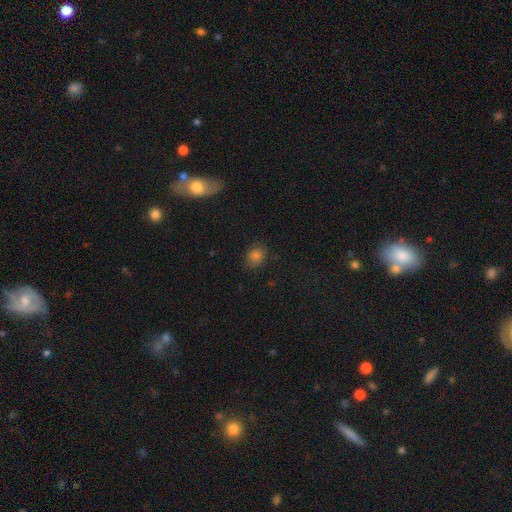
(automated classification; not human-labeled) Overall: smooth (80%). How rounded: in between (54%; round 45%). Merging: none (80%).